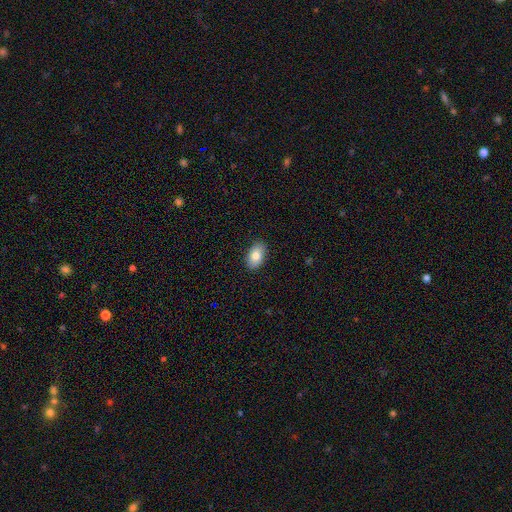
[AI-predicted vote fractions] Smooth or featured? smooth (81%)
How rounded? in between (92%)
Merging? none (88%)